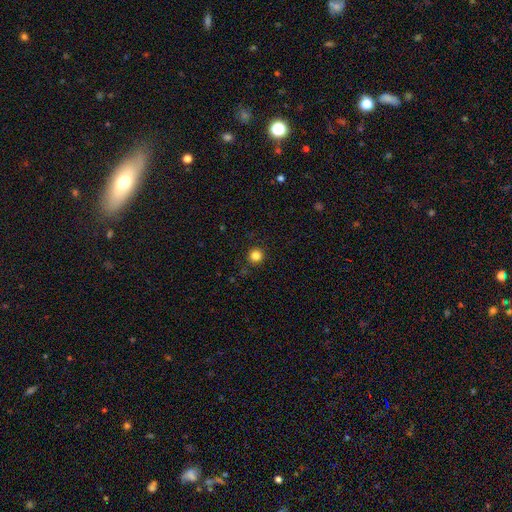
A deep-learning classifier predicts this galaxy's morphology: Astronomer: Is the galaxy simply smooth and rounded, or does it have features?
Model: smooth — 84%.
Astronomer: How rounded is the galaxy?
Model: round — 95%.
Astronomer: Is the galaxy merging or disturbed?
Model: none — 91%.